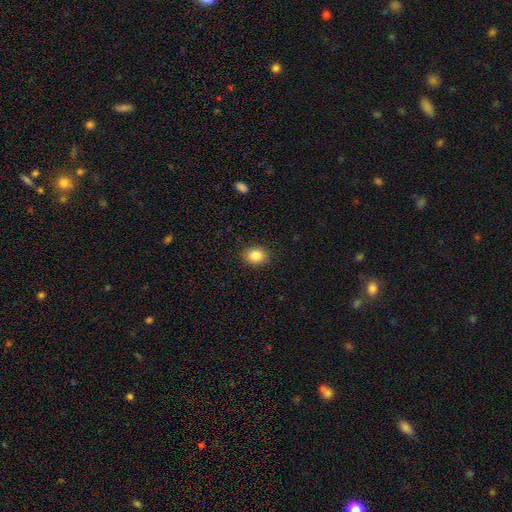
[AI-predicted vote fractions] The model was most divided on "how rounded": in between: 56%, round: 43%, cigar-shaped: 1%. More confident: merging — none (88%); smooth or featured — smooth (85%).